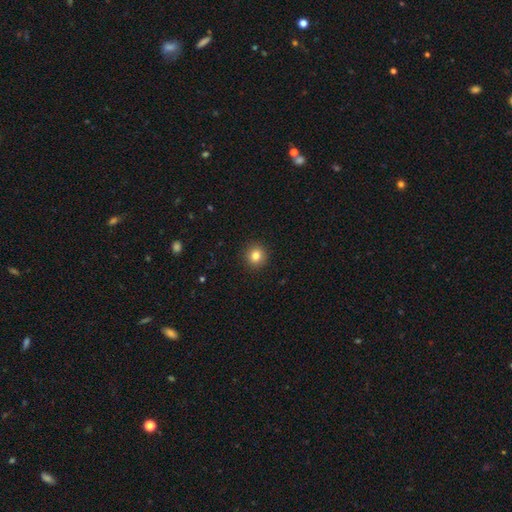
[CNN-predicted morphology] smooth_or_featured: smooth (p=0.83) [alt: star or artifact p=0.11]
how_rounded: round (p=0.92) [alt: in between p=0.07]
merging: none (p=0.92) [alt: minor disturbance p=0.05]